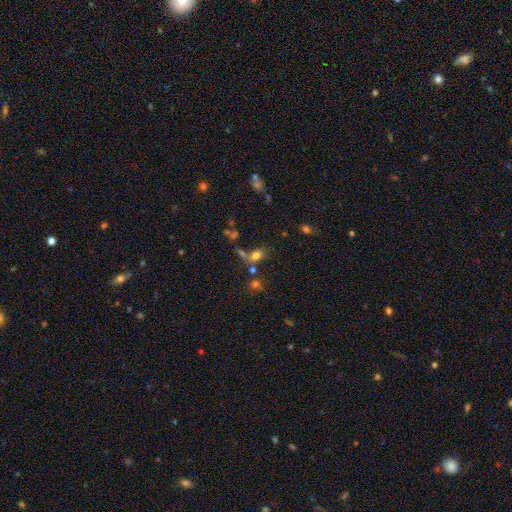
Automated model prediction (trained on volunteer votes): smooth-or-featured: smooth: 73% | star or artifact: 16% | featured or disk: 11%
  how-rounded: in between: 75% | round: 22% | cigar-shaped: 3%
  merging: none: 49% | merger: 28% | minor disturbance: 14% | major disturbance: 9%